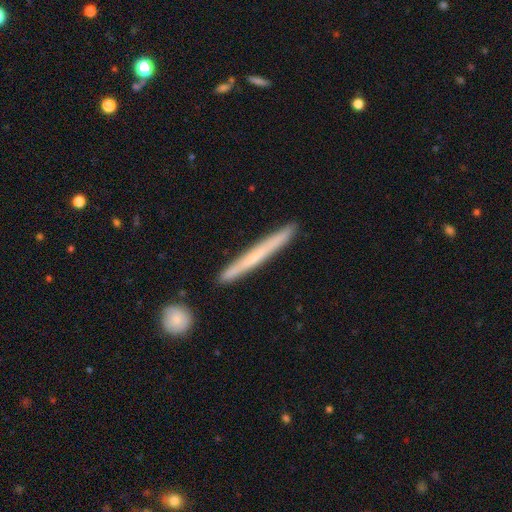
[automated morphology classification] This is possibly a smooth galaxy (47%, tied with featured or disk). Merging: clearly none (90%).